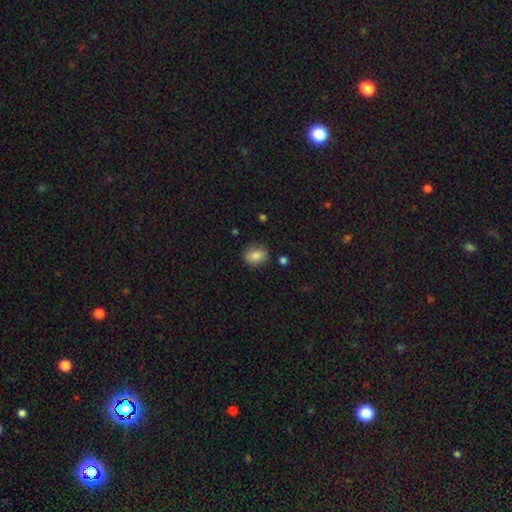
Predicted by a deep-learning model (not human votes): Morphology: type=smooth (81%); roundness=in between (56%); merging=none (79%).